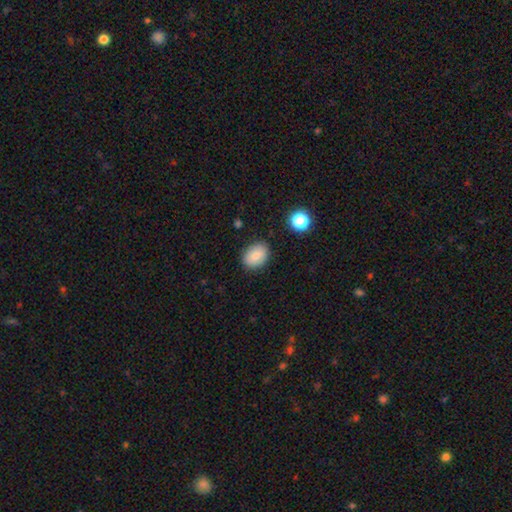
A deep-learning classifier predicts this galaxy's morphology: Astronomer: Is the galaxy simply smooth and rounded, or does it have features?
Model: smooth — 83%.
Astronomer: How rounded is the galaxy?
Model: in between — 66%.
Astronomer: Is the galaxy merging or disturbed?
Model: none — 84%.